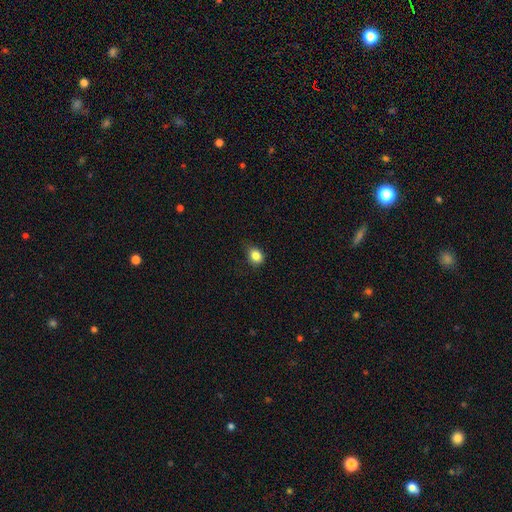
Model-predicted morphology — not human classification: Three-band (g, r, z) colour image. It shows a smooth galaxy with no disk features (84%) that is round (50%). Merging: none (69%).